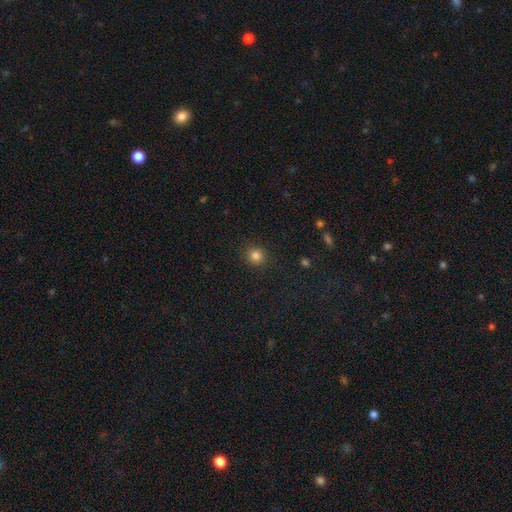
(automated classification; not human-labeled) This is clearly a smooth galaxy (83%). How rounded: clearly round (89%). Merging: clearly none (89%).